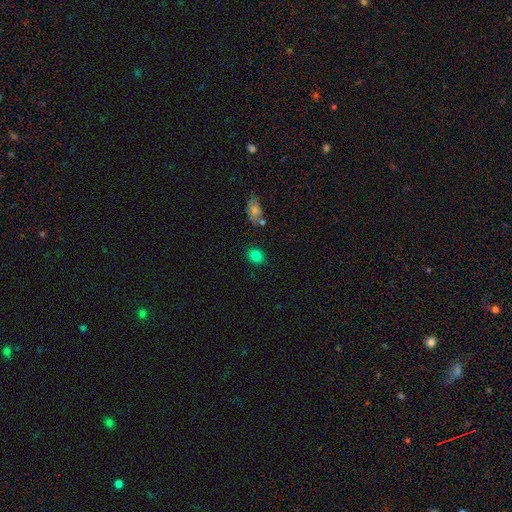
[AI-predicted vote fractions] Overall: smooth (83%). How rounded: round (65%; in between 34%). Merging: none (82%).